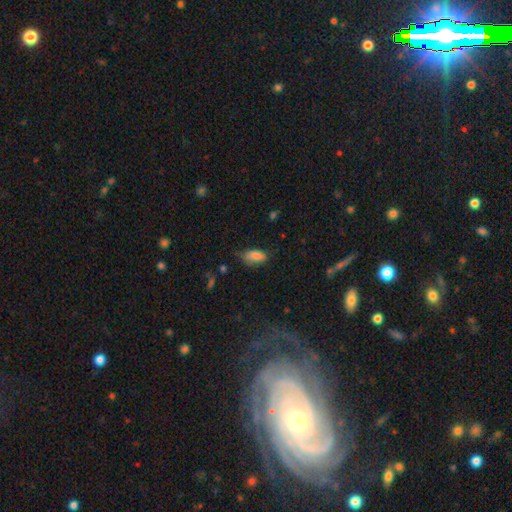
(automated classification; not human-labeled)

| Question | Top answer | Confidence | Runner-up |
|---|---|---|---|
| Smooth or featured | smooth | 83% | featured or disk (9%) |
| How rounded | in between | 88% | cigar-shaped (8%) |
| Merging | none | 49% | minor disturbance (36%) |